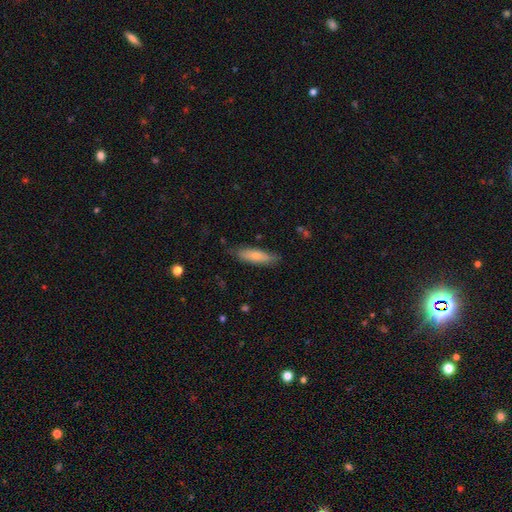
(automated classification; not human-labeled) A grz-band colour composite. It shows a smooth galaxy with no disk features (74%) that is cigar-shaped (57%). Merging: none (76%).